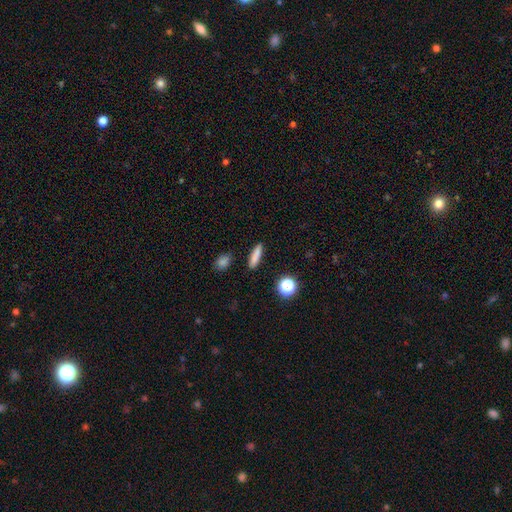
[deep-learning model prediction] Smooth or featured: smooth — 80% (star or artifact — 10%)
How rounded: cigar-shaped — 76% (in between — 19%)
Merging: none — 89% (minor disturbance — 7%)